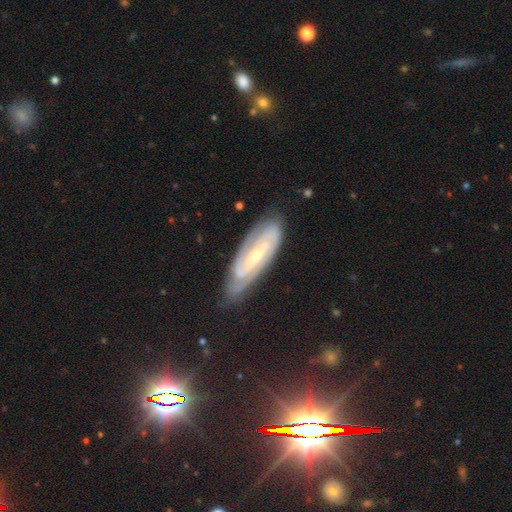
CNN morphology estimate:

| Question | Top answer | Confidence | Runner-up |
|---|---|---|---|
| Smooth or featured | featured or disk | 83% | smooth (10%) |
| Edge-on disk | no | 88% | yes (12%) |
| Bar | strong | 41% | weak (36%) |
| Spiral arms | yes | 94% | no (6%) |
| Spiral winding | tight | 56% | medium (33%) |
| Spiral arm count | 2 | 57% | can't tell (24%) |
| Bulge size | small | 75% | moderate (21%) |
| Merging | none | 75% | minor disturbance (18%) |